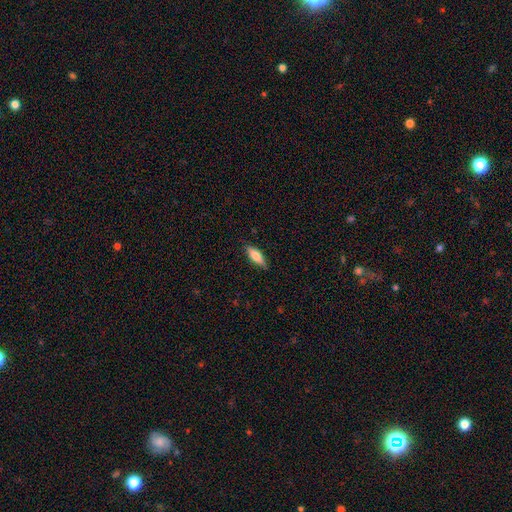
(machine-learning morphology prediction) Smooth or featured: smooth — 72% (featured or disk — 22%)
How rounded: in between — 59% (cigar-shaped — 39%)
Merging: none — 85% (minor disturbance — 12%)